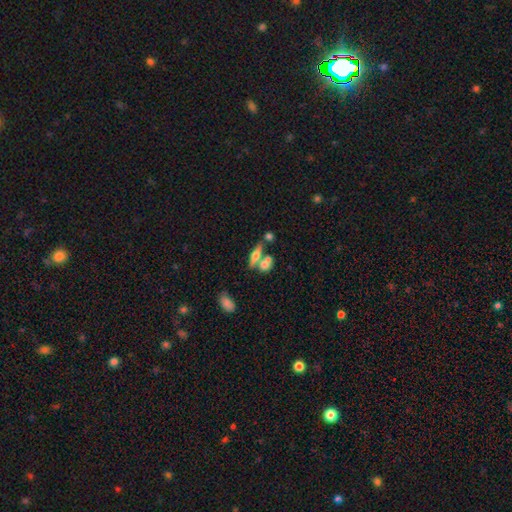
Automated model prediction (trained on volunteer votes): featured or disk 49%, smooth 41%, star or artifact 9%. Down the decision tree: merging — none (49%).